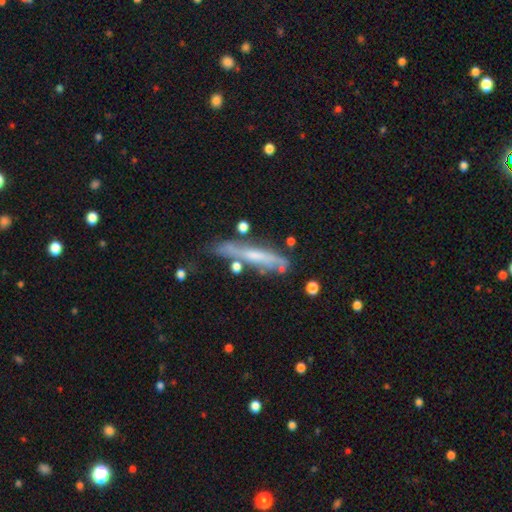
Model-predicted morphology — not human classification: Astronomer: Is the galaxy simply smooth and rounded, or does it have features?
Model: featured or disk — 57% (runner-up: smooth, 36%).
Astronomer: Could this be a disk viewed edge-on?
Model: yes — 76%.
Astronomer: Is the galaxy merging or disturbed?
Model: none — 62%.